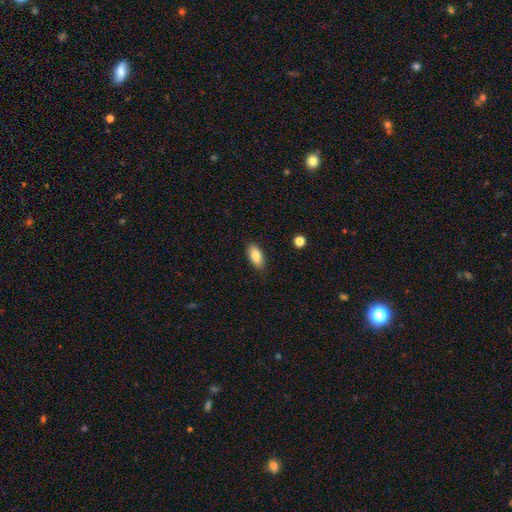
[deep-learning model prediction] Smooth or featured?
  - smooth: 81% *
  - featured or disk: 11%
  - star or artifact: 7%
How rounded?
  - in between: 89% *
  - cigar-shaped: 8%
  - round: 3%
Merging?
  - none: 86% *
  - minor disturbance: 10%
  - major disturbance: 2%
  - merger: 1%